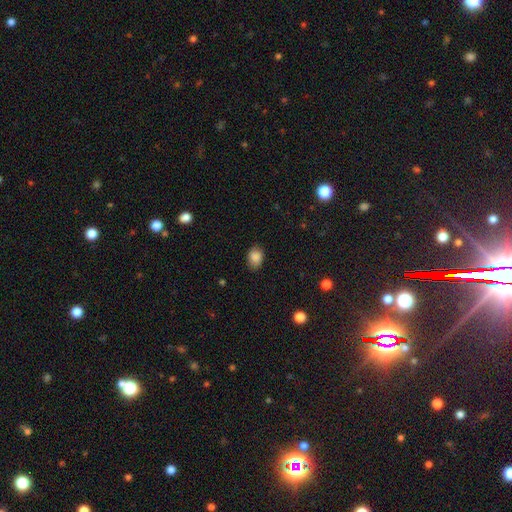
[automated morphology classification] The model was most divided on "how rounded": in between: 74%, round: 24%, cigar-shaped: 1%. More confident: smooth or featured — smooth (86%); merging — none (78%).